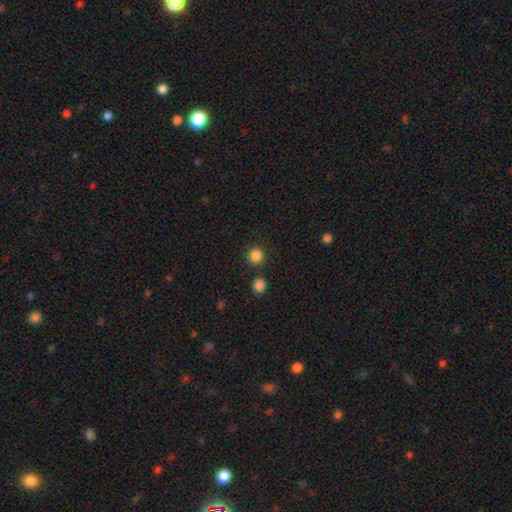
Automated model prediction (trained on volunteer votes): Smooth or featured: smooth — 85% (star or artifact — 12%)
How rounded: round — 93% (in between — 6%)
Merging: none — 87% (minor disturbance — 6%)